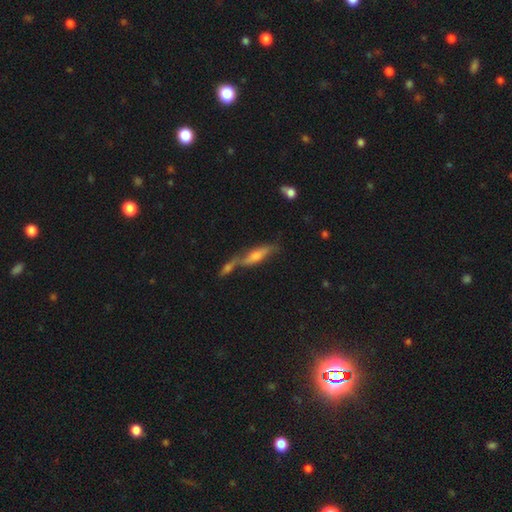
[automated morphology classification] Smooth or featured? Predicted: featured or disk (p=0.51). Edge-on disk? Predicted: yes (p=0.76). Merging? Predicted: none (p=0.40, tied with merger).